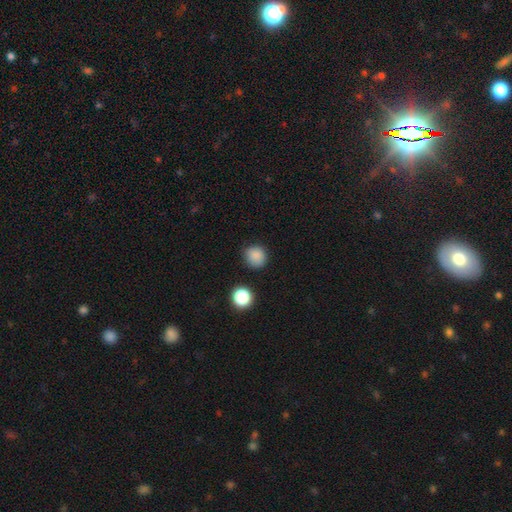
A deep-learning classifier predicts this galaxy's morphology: This appears to be a smooth galaxy with no disk features (85%) that is round (89%). Merging: none (83%).